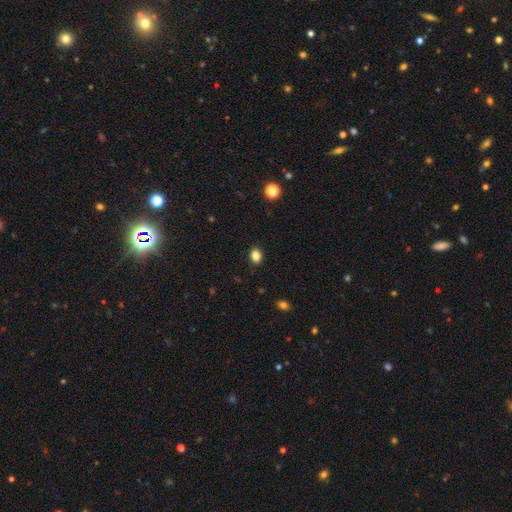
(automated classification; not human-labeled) A smooth galaxy with no disk features (84%) that is in between round and cigar-shaped (60%).

Vote fractions:
- Smooth or featured? smooth: 84% / star or artifact: 11% / featured or disk: 5%
- How rounded? in between: 60% / round: 39% / cigar-shaped: 1%
- Merging? none: 89% / minor disturbance: 8% / major disturbance: 2% / merger: 1%